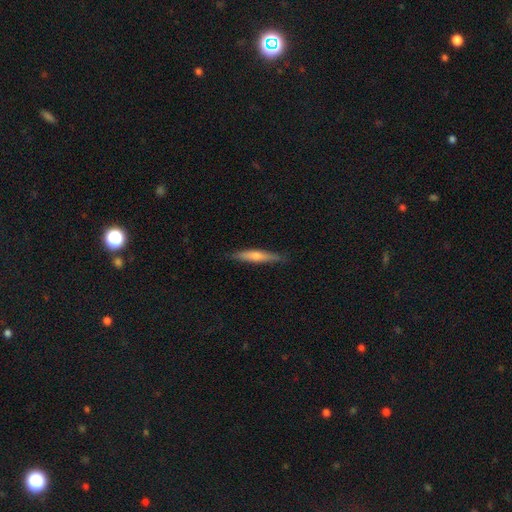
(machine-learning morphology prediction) type=featured or disk (53%); edge-on=yes (95%); edge-on bulge=rounded (72%); merging=none (88%).